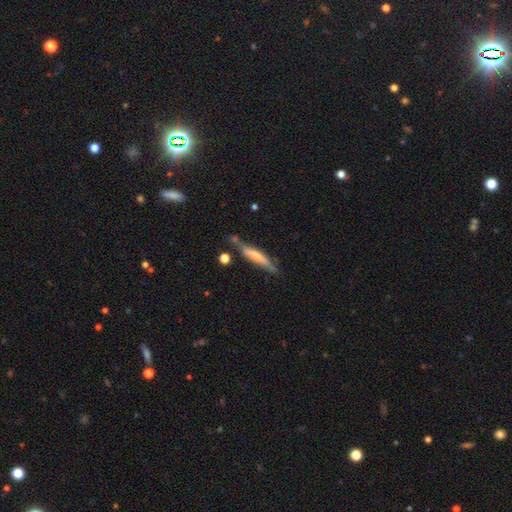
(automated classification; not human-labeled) smooth_or_featured: smooth (p=0.49) [alt: featured or disk p=0.44]
merging: none (p=0.61) [alt: minor disturbance p=0.22]